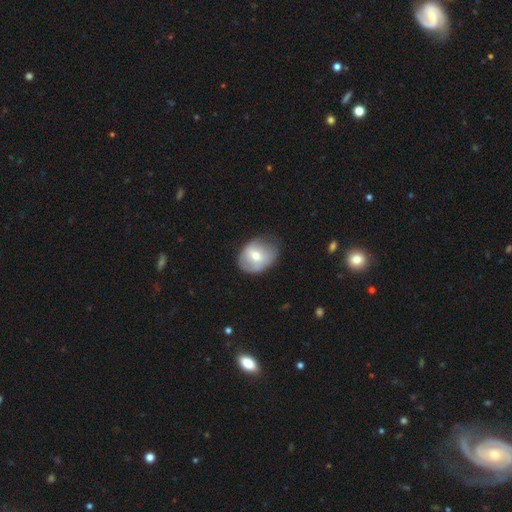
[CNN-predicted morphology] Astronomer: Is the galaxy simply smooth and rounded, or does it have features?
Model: smooth — 58% (runner-up: featured or disk, 34%).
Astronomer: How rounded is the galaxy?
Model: in between — 50%, tied with round at 50%.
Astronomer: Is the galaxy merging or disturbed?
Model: none — 54% (runner-up: minor disturbance, 33%).